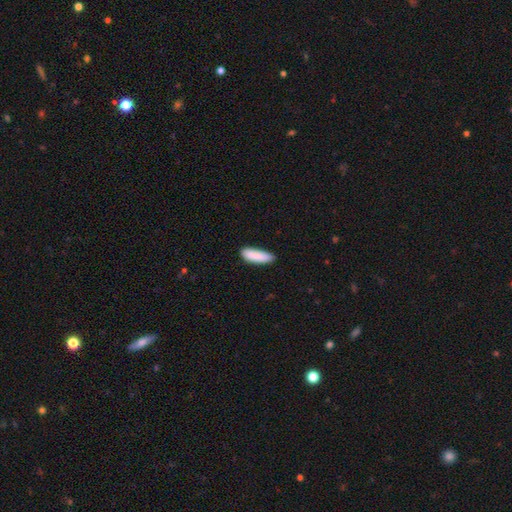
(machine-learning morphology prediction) type=smooth (88%); roundness=in between (50%); merging=none (78%).